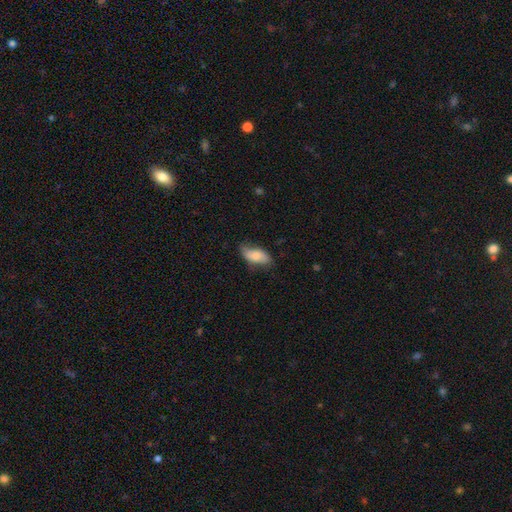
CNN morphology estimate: smooth-or-featured: smooth: 70% | featured or disk: 23% | star or artifact: 6%
  how-rounded: in between: 89% | cigar-shaped: 8% | round: 3%
  merging: none: 63% | minor disturbance: 28% | major disturbance: 7% | merger: 2%